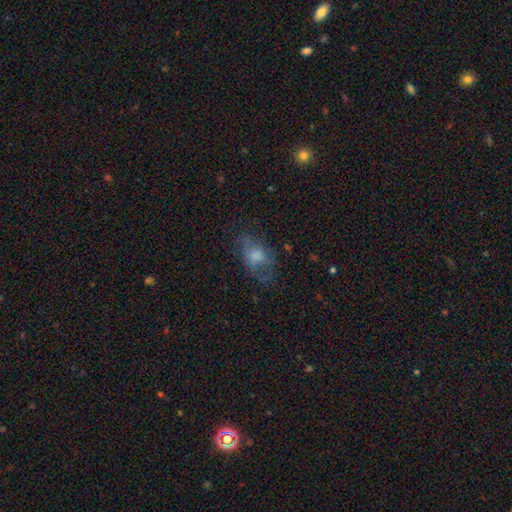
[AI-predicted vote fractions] Smooth or featured? smooth (50%)
How rounded? in between (77%)
Merging? none (55%)